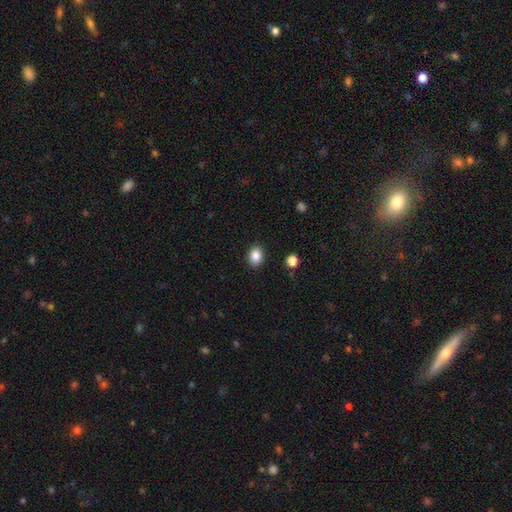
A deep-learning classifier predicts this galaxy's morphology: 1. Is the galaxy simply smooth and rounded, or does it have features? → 86% smooth, 9% star or artifact, 4% featured or disk.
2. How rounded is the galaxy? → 61% in between, 39% round, 1% cigar-shaped.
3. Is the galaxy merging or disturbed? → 89% none, 7% minor disturbance, 2% major disturbance, 1% merger.